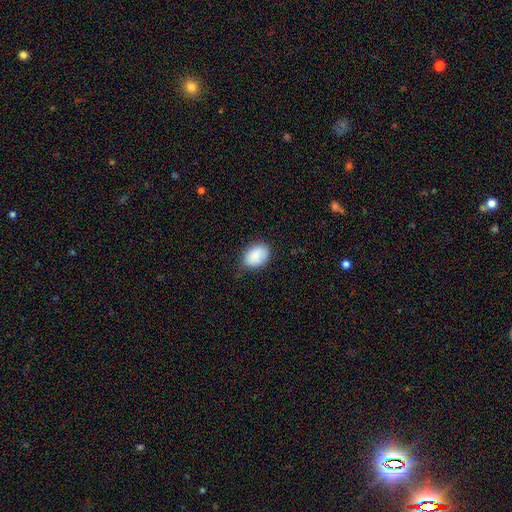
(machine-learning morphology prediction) smooth-or-featured: smooth: 87% | star or artifact: 7% | featured or disk: 6%
  how-rounded: in between: 76% | round: 23% | cigar-shaped: 1%
  merging: none: 74% | minor disturbance: 21% | major disturbance: 4% | merger: 1%